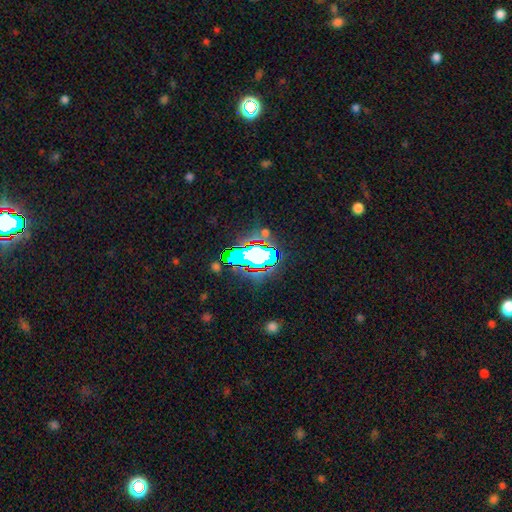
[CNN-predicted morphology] Smooth or featured? Predicted: star or artifact (p=0.60).